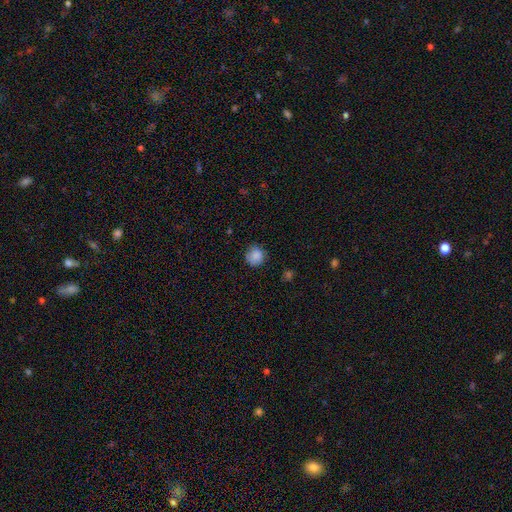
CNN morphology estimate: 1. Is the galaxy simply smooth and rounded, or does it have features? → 85% smooth, 9% star or artifact, 6% featured or disk.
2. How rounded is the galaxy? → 89% round, 10% in between, 1% cigar-shaped.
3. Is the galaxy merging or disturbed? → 77% none, 17% minor disturbance, 4% major disturbance, 1% merger.